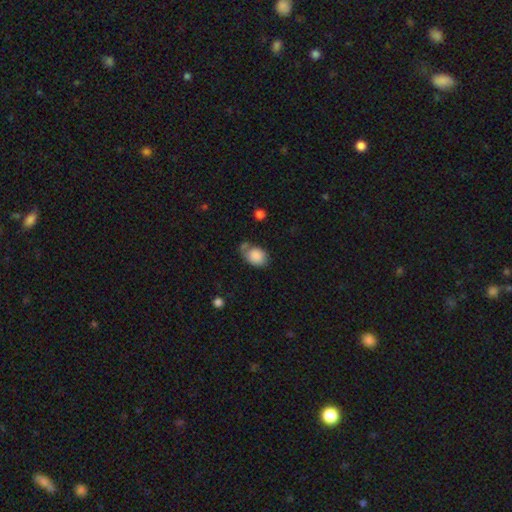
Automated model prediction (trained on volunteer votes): A smooth galaxy with no disk features (82%) that is in between round and cigar-shaped (69%). Merging: none (46%).